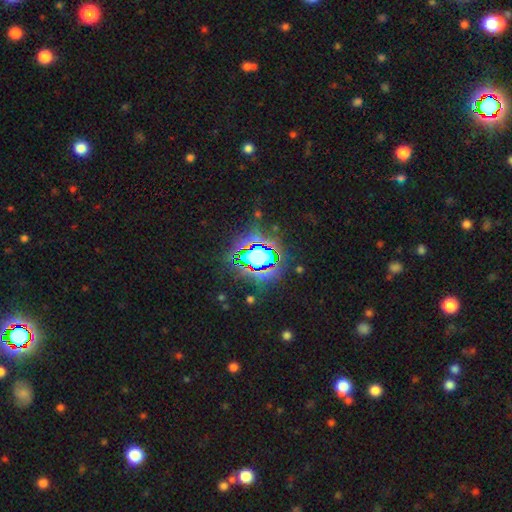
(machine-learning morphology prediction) Smooth or featured: star or artifact — 78% (smooth — 13%)